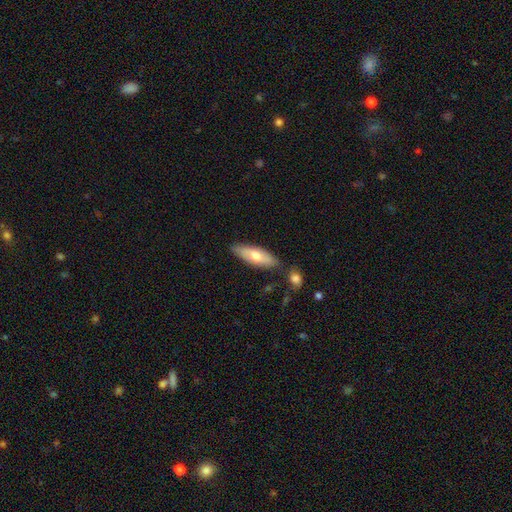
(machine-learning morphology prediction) smooth 65%, featured or disk 29%, star or artifact 5%. Down the decision tree: how rounded — in between (57%); merging — none (77%).